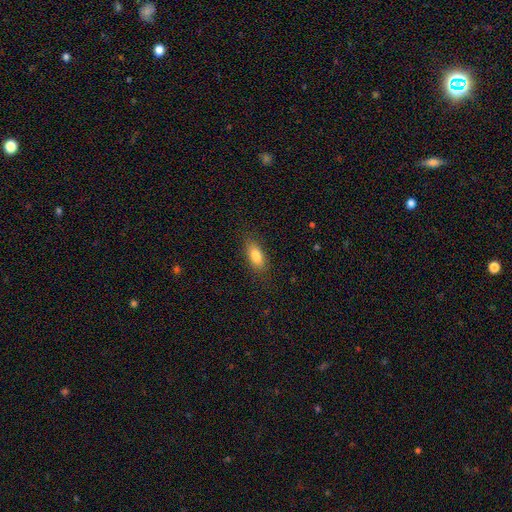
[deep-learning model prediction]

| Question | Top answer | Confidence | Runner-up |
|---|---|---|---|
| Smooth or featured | smooth | 82% | featured or disk (11%) |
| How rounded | in between | 84% | cigar-shaped (12%) |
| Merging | none | 82% | minor disturbance (13%) |